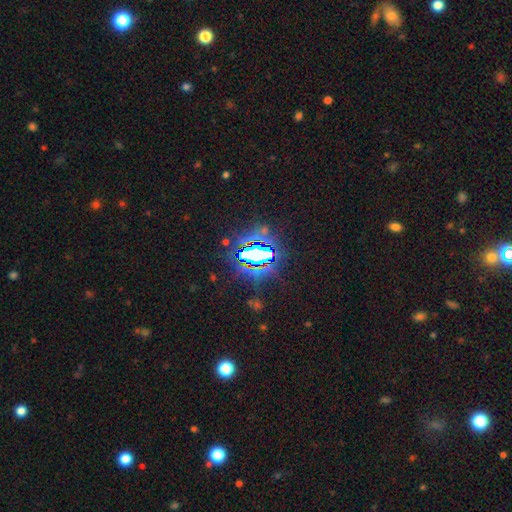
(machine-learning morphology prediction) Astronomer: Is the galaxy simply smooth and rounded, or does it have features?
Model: star or artifact — 76%.